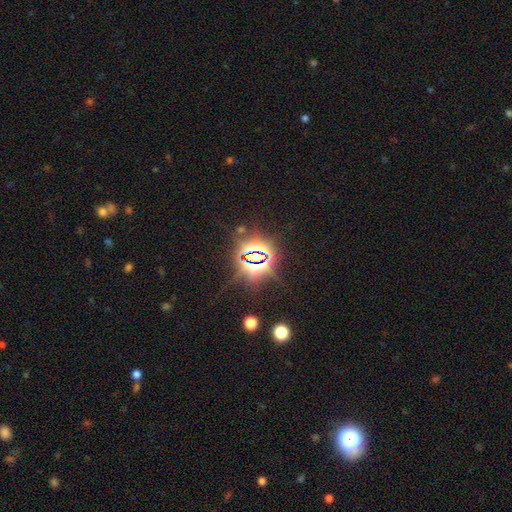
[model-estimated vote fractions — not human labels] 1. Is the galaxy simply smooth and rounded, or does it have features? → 83% star or artifact, 9% smooth, 7% featured or disk.